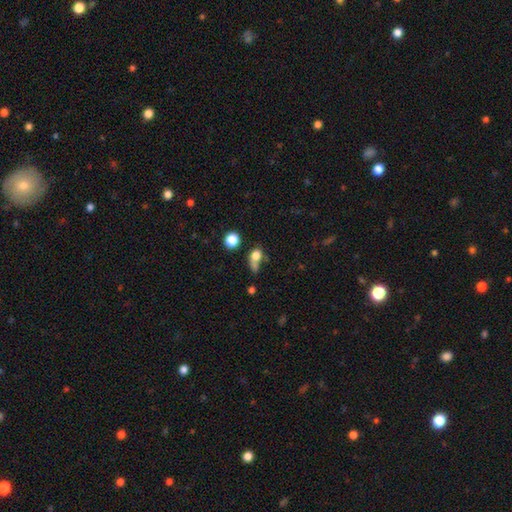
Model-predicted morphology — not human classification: Smooth or featured? Predicted: smooth (p=0.73). How rounded? Predicted: round (p=0.55). Merging? Predicted: none (p=0.33).